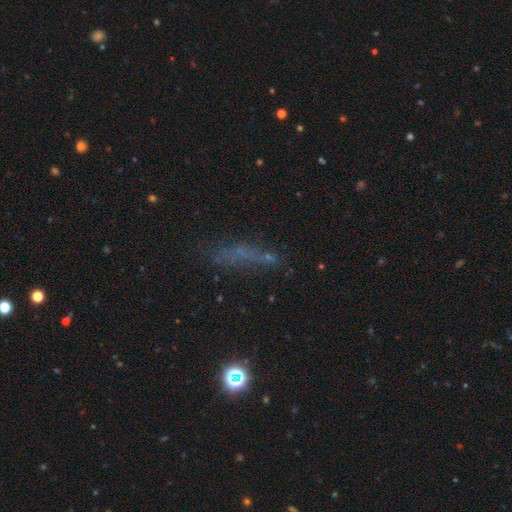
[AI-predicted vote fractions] Smooth or featured? smooth (42%)
Merging? none (53%)